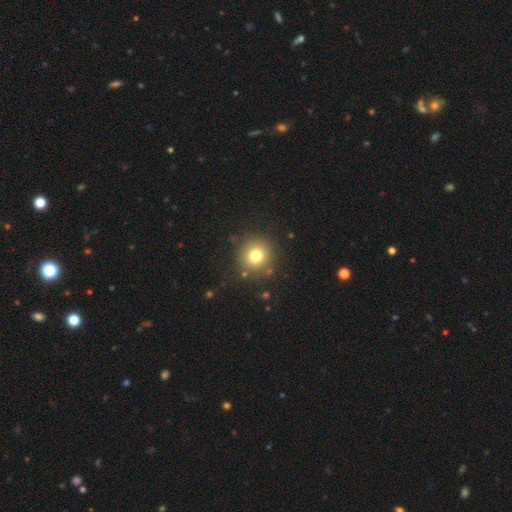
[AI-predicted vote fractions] smooth_or_featured: smooth (p=0.77) [alt: star or artifact p=0.13]
how_rounded: round (p=0.93) [alt: in between p=0.07]
merging: none (p=0.87) [alt: minor disturbance p=0.07]